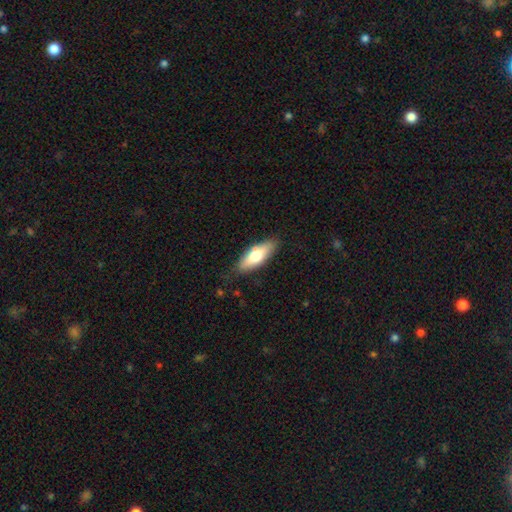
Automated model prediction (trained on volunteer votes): smooth_or_featured: smooth (p=0.70) [alt: featured or disk p=0.24]
how_rounded: in between (p=0.64) [alt: cigar-shaped p=0.33]
merging: none (p=0.81) [alt: minor disturbance p=0.15]